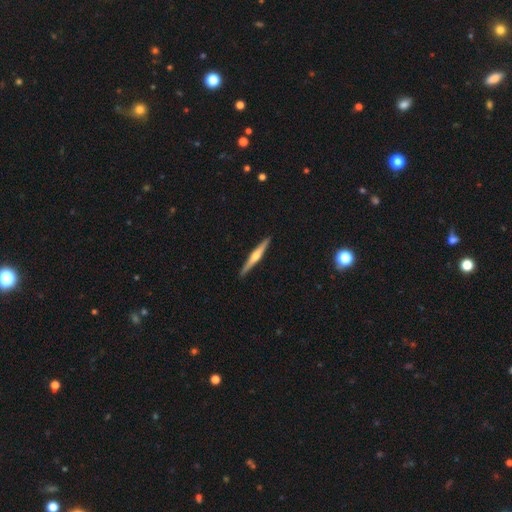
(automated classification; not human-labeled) Smooth or featured? Predicted: featured or disk (p=0.66). Edge-on disk? Predicted: yes (p=0.98). Edge-on bulge? Predicted: rounded (p=0.84). Merging? Predicted: none (p=0.91).